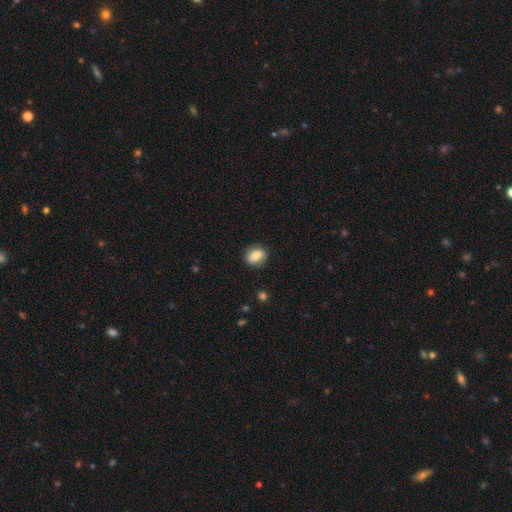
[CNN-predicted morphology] Smooth or featured? smooth (79%)
How rounded? in between (57%)
Merging? none (84%)